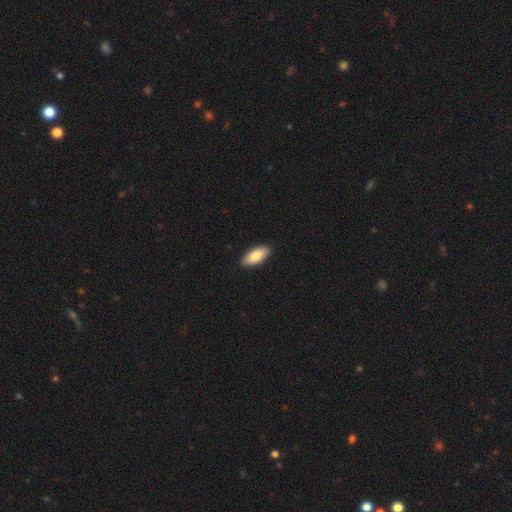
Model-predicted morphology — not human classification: Smooth or featured?
  - smooth: 84% *
  - featured or disk: 10%
  - star or artifact: 6%
How rounded?
  - in between: 89% *
  - cigar-shaped: 9%
  - round: 2%
Merging?
  - none: 90% *
  - minor disturbance: 7%
  - major disturbance: 2%
  - merger: 1%